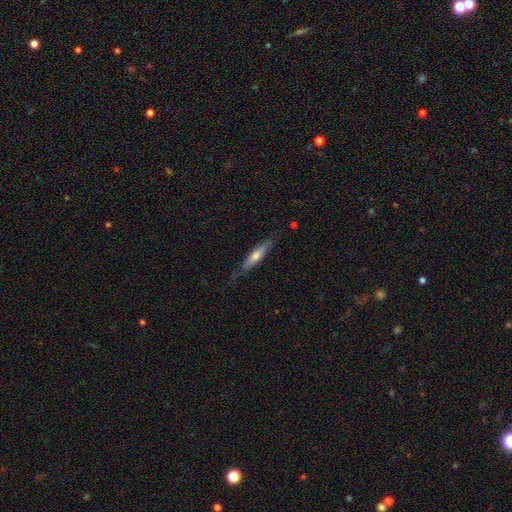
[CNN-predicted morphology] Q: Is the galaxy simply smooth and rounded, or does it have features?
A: featured or disk — 48%.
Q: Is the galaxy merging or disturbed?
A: none — 76%.